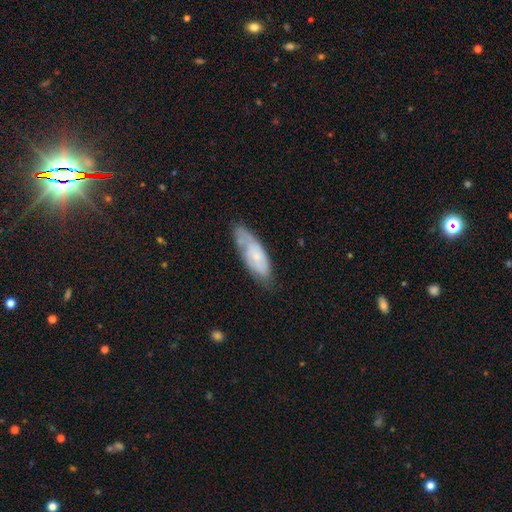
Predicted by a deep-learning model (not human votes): This is possibly a featured or disk galaxy (47%). Merging: possibly none (59%).